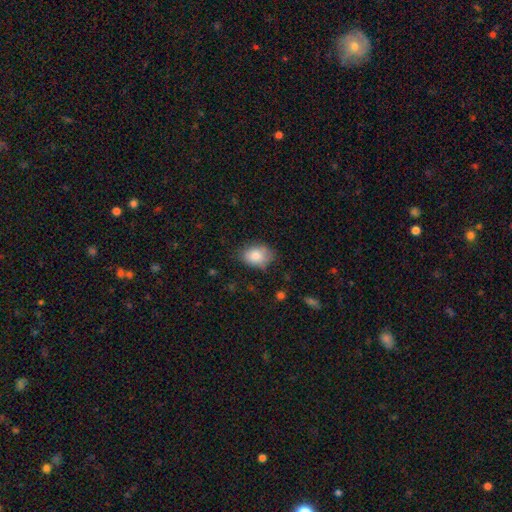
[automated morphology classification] This appears to be a smooth galaxy with no disk features (83%) that is in between round and cigar-shaped (74%). Merging: none (67%).